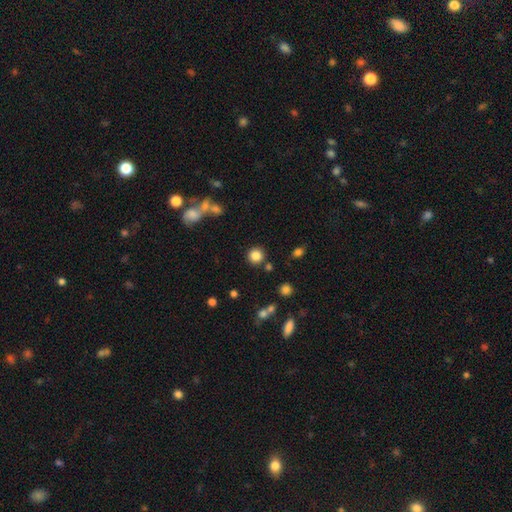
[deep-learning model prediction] smooth-or-featured: smooth: 83% | star or artifact: 11% | featured or disk: 5%
  how-rounded: round: 93% | in between: 6% | cigar-shaped: 1%
  merging: none: 85% | minor disturbance: 7% | merger: 5% | major disturbance: 3%